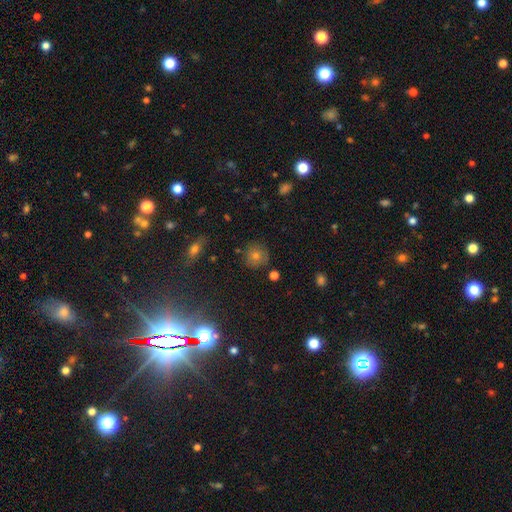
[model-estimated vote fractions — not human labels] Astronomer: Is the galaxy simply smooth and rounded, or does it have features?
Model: smooth — 59%.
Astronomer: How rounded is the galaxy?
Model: round — 92%.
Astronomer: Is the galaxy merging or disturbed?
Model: none — 85%.